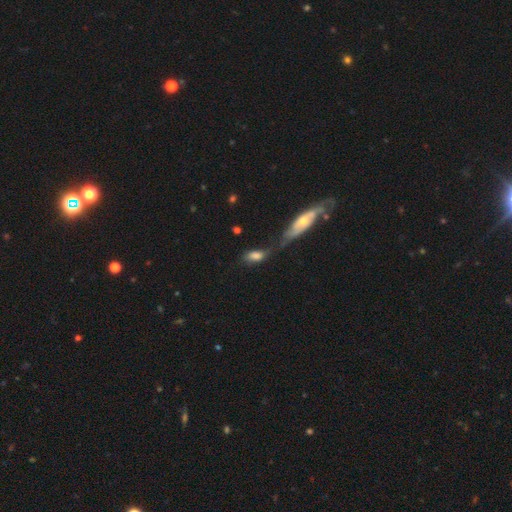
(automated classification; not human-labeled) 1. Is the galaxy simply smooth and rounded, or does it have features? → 71% smooth, 20% featured or disk, 8% star or artifact.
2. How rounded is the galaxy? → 82% in between, 13% cigar-shaped, 5% round.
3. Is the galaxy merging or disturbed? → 35% none, 31% merger, 20% minor disturbance, 13% major disturbance.